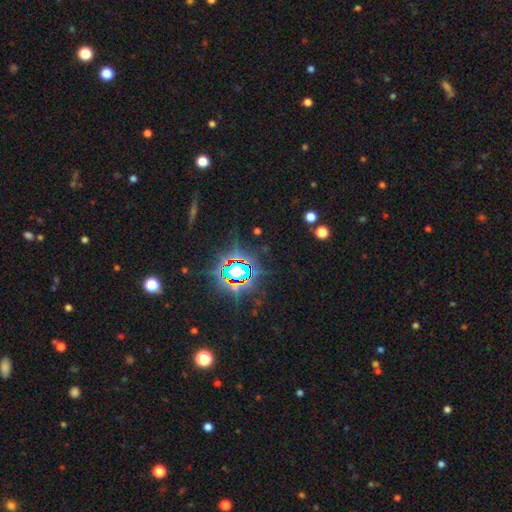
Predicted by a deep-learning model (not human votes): Smooth or featured? Predicted: star or artifact (p=0.81).